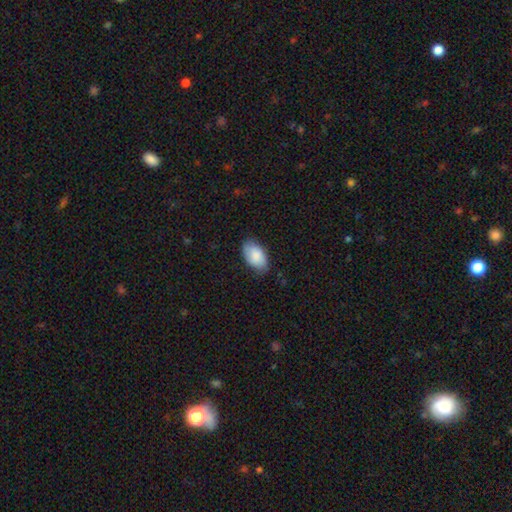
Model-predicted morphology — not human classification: Q: Smooth or featured?
A: smooth (86%); runner-up: featured or disk (9%)
Q: How rounded?
A: in between (94%); runner-up: round (4%)
Q: Merging?
A: none (76%); runner-up: minor disturbance (20%)